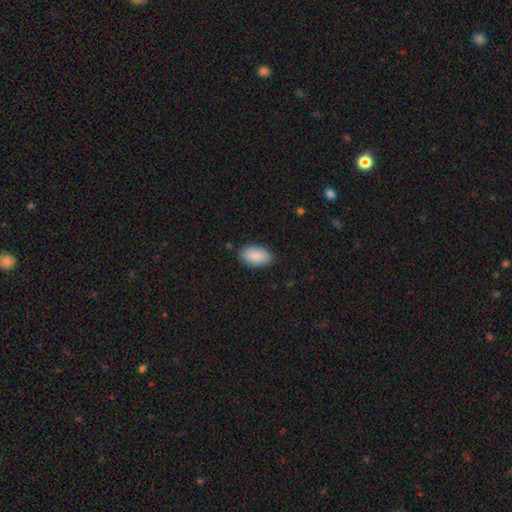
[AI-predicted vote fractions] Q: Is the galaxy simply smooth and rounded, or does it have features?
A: smooth — 90%.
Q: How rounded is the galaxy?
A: in between — 94%.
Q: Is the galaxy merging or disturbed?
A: none — 86%.